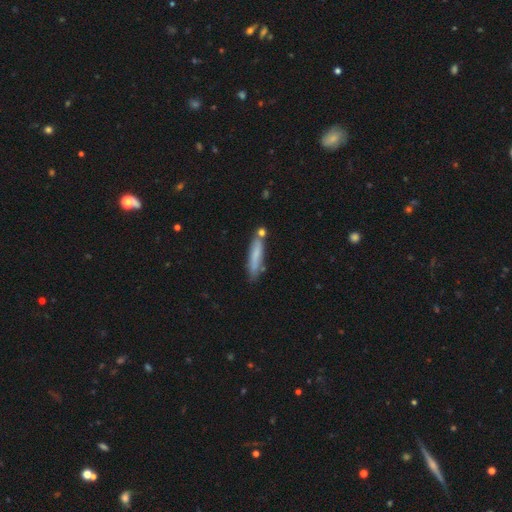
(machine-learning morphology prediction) This appears to be a smooth galaxy with no disk features (72%) that is cigar-shaped (85%). Merging: none (69%).